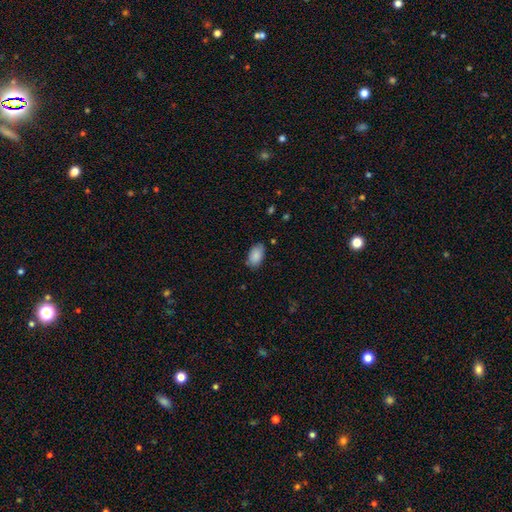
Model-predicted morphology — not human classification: Q: Smooth or featured?
A: smooth (88%); runner-up: star or artifact (7%)
Q: How rounded?
A: in between (93%); runner-up: round (5%)
Q: Merging?
A: none (80%); runner-up: minor disturbance (15%)